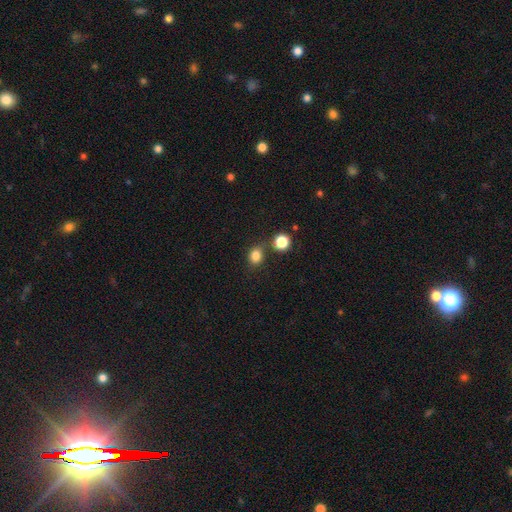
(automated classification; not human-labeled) Smooth or featured: smooth — 82% (star or artifact — 13%)
How rounded: round — 60% (in between — 38%)
Merging: none — 67% (minor disturbance — 14%)